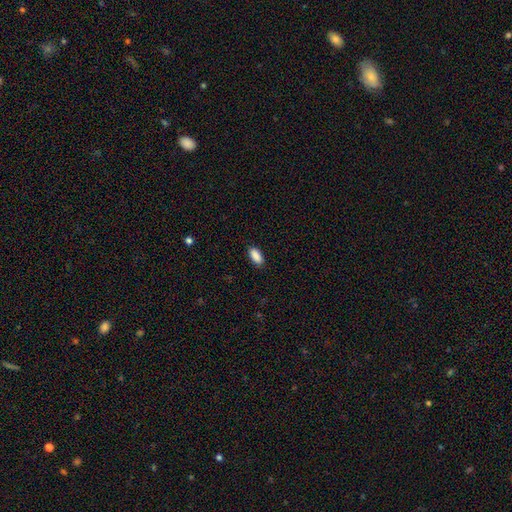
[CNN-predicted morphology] smooth_or_featured: smooth (p=0.90) [alt: star or artifact p=0.07]
how_rounded: in between (p=0.90) [alt: cigar-shaped p=0.07]
merging: none (p=0.88) [alt: minor disturbance p=0.09]